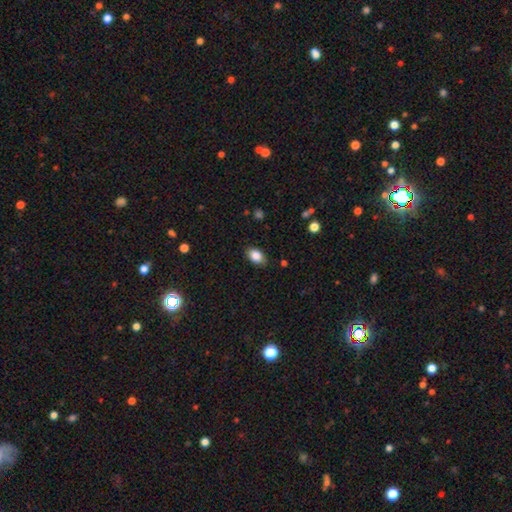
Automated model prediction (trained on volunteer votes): Morphology: type=smooth (86%); roundness=in between (87%); merging=none (84%).